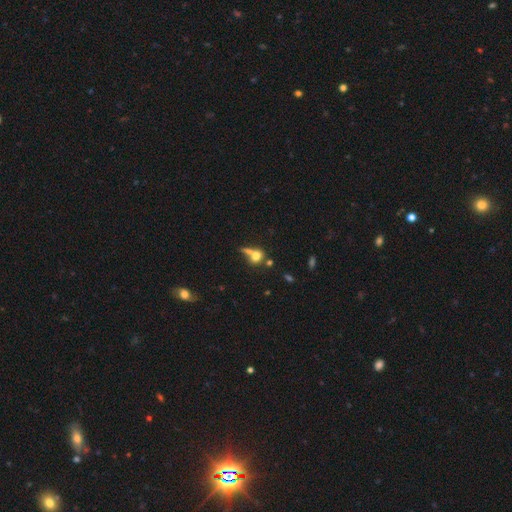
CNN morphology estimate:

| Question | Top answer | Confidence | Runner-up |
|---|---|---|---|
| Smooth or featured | smooth | 68% | featured or disk (19%) |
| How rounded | round | 55% | in between (37%) |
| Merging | merger | 42% | none (35%) |